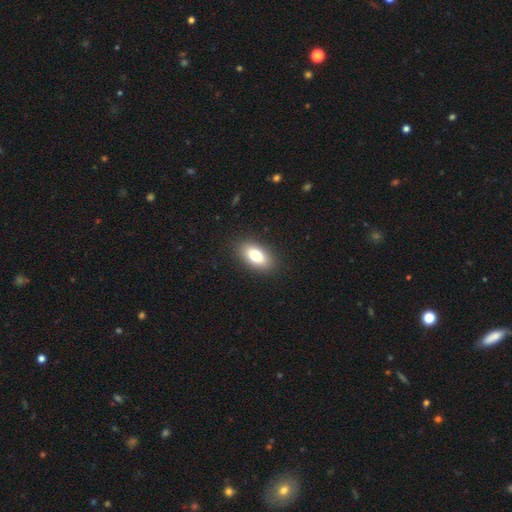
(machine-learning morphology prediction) Smooth or featured?
  - smooth: 80% *
  - featured or disk: 12%
  - star or artifact: 8%
How rounded?
  - in between: 91% *
  - round: 5%
  - cigar-shaped: 4%
Merging?
  - none: 88% *
  - minor disturbance: 8%
  - major disturbance: 2%
  - merger: 1%